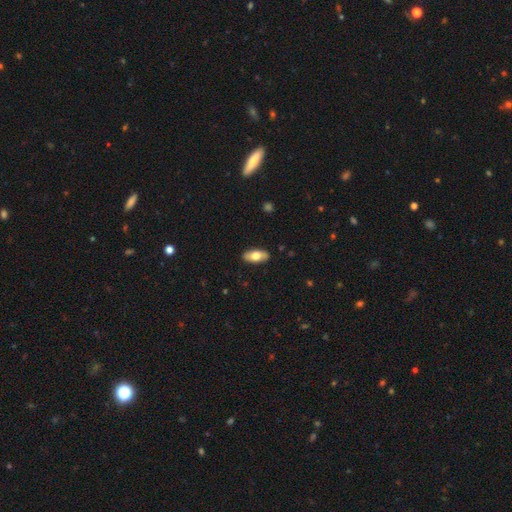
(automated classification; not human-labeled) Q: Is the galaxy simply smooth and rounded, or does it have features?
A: smooth — 69%.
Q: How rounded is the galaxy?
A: in between — 89%.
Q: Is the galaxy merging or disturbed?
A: none — 88%.